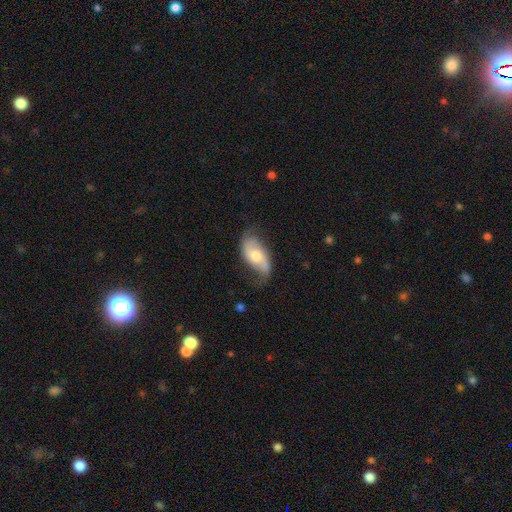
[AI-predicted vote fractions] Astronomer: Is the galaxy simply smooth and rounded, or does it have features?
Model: featured or disk — 67%.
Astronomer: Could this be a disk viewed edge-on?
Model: no — 94%.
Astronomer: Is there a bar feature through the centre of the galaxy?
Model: no — 56% (runner-up: weak, 34%).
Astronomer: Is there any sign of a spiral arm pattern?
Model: yes — 88%.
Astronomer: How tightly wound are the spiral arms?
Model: loose — 64%.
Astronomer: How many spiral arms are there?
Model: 2 — 86%.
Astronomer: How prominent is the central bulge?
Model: moderate — 66%.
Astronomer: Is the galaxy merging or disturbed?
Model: none — 61%.